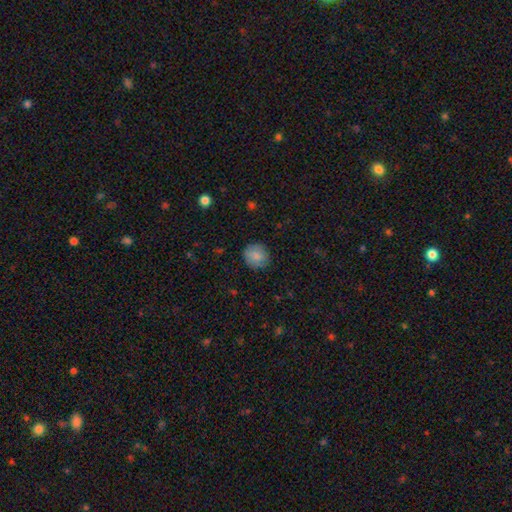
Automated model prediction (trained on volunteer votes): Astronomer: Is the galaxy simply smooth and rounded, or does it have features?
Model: smooth — 85%.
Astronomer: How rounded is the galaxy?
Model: round — 88%.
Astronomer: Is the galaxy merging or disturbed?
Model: none — 85%.